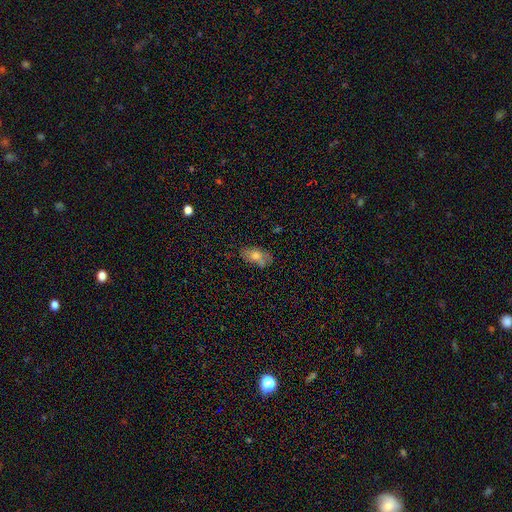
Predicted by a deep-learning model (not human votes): Smooth or featured: smooth — 63% (featured or disk — 26%)
How rounded: in between — 87% (round — 8%)
Merging: none — 65% (minor disturbance — 22%)